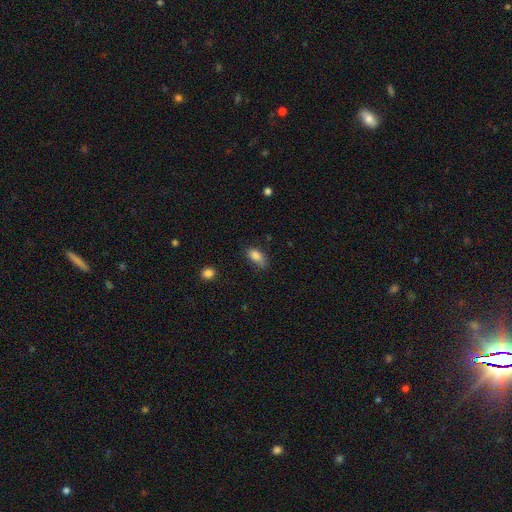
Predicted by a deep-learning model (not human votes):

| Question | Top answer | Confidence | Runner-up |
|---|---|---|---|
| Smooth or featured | smooth | 85% | star or artifact (9%) |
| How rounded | in between | 89% | round (6%) |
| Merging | none | 63% | minor disturbance (28%) |